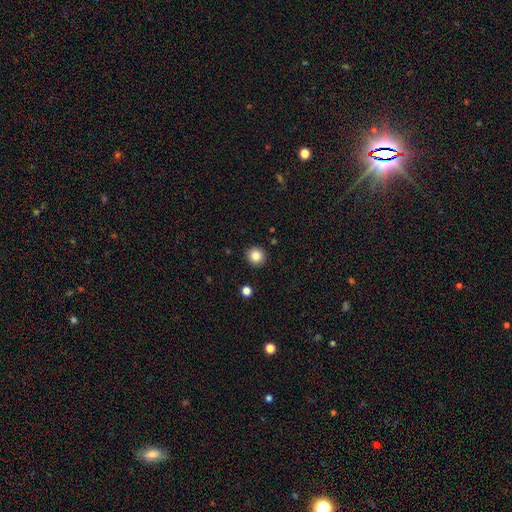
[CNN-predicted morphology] This is clearly a smooth galaxy (85%). How rounded: clearly round (94%). Merging: clearly none (92%).